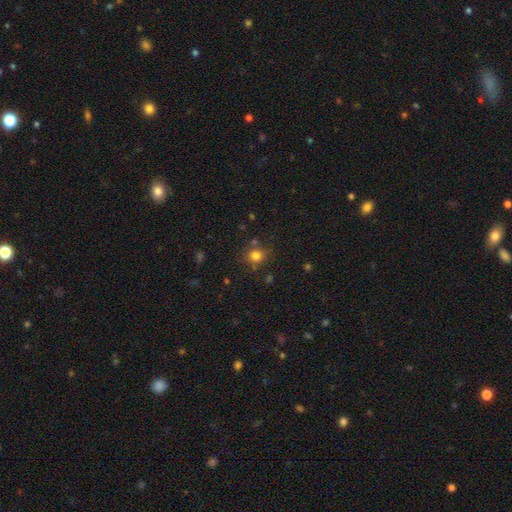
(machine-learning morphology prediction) Smooth or featured? Predicted: smooth (p=0.80). How rounded? Predicted: round (p=0.85). Merging? Predicted: none (p=0.78).